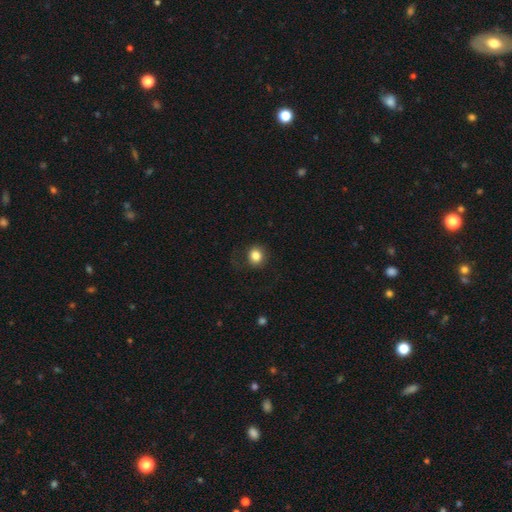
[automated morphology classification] A smooth galaxy with no disk features (84%) that is round (80%). Merging: none (79%).